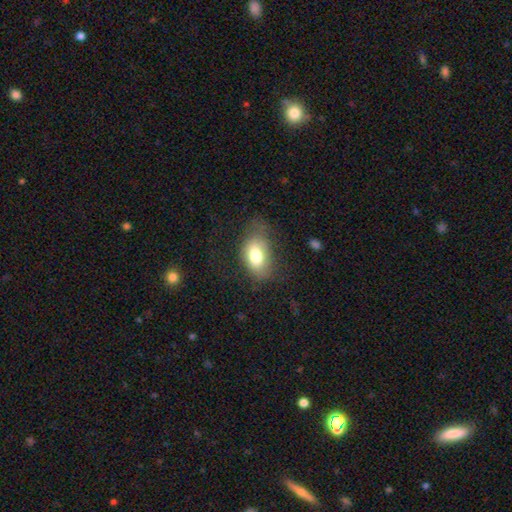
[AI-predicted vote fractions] smooth-or-featured: smooth: 74% | featured or disk: 17% | star or artifact: 9%
  how-rounded: in between: 89% | round: 9% | cigar-shaped: 2%
  merging: none: 55% | minor disturbance: 26% | major disturbance: 17% | merger: 2%